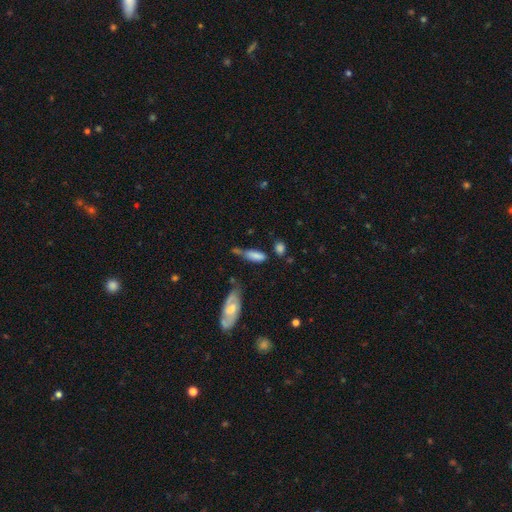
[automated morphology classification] Smooth or featured?
  - smooth: 76% *
  - featured or disk: 17%
  - star or artifact: 8%
How rounded?
  - in between: 64% *
  - cigar-shaped: 33%
  - round: 3%
Merging?
  - none: 35% *
  - minor disturbance: 34%
  - major disturbance: 17%
  - merger: 14%